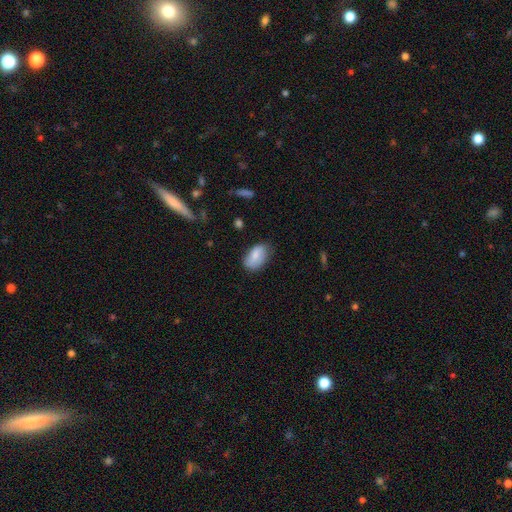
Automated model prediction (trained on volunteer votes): A smooth galaxy with no disk features (77%) that is in between round and cigar-shaped (92%).

Vote fractions:
- Smooth or featured? smooth: 77% / featured or disk: 16% / star or artifact: 7%
- How rounded? in between: 92% / round: 6% / cigar-shaped: 2%
- Merging? none: 70% / minor disturbance: 24% / major disturbance: 5% / merger: 2%